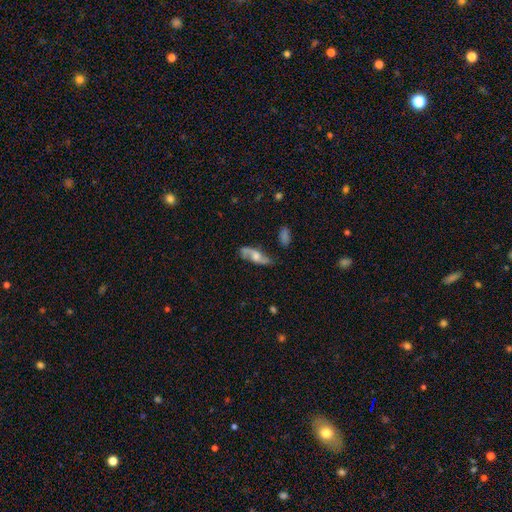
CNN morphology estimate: featured or disk 69%, smooth 24%, star or artifact 7%. Down the decision tree: edge-on disk — no (84%); bar — no (61%); spiral arms — yes (90%); spiral arm count — 2 (87%); spiral winding — loose (62%); bulge size — moderate (56%); merging — none (67%).